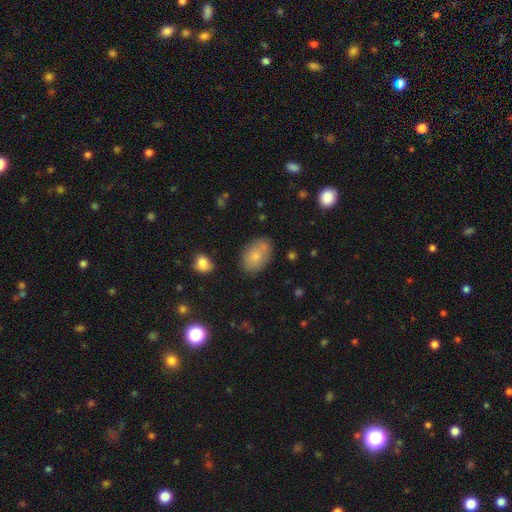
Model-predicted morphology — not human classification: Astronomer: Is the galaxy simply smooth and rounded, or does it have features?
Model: smooth — 77%.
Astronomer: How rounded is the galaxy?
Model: in between — 86%.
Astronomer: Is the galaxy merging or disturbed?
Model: none — 71%.